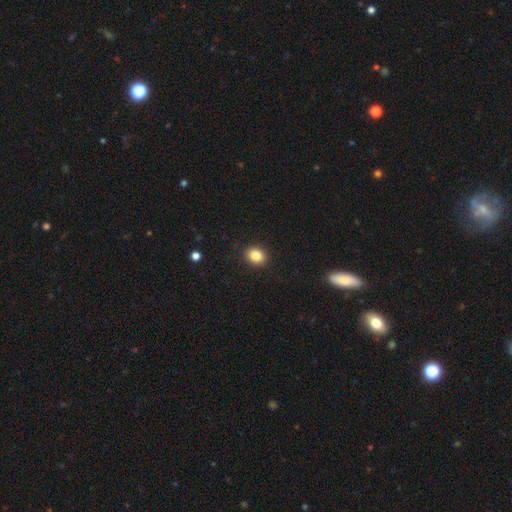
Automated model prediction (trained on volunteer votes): This is clearly a smooth galaxy (84%). How rounded: possibly round (57%). Merging: clearly none (91%).